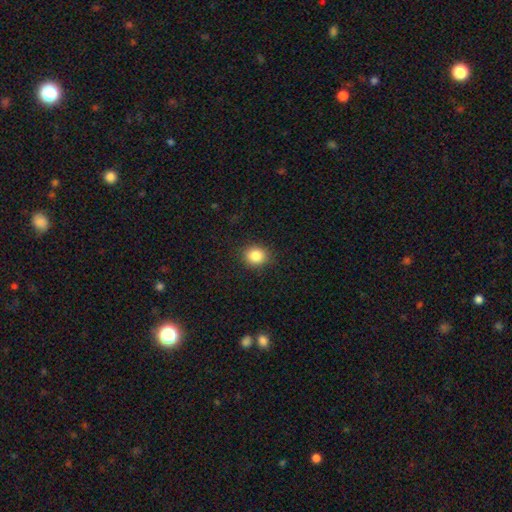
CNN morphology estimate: A smooth galaxy with no disk features (85%) that is round (76%). Merging: none (89%).